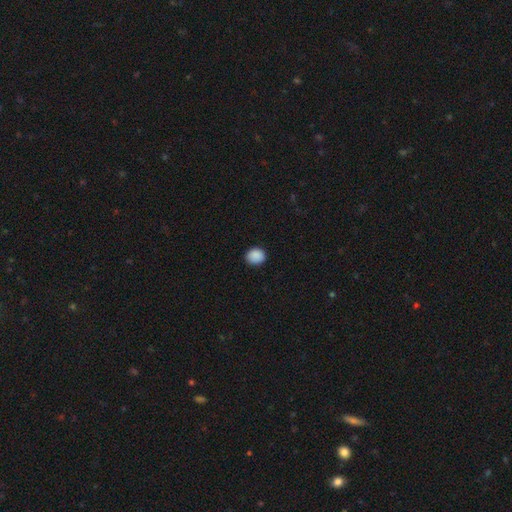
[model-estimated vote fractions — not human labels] smooth-or-featured: smooth: 89% | star or artifact: 8% | featured or disk: 2%
  how-rounded: round: 72% | in between: 27% | cigar-shaped: 1%
  merging: none: 90% | minor disturbance: 7% | major disturbance: 2% | merger: 1%